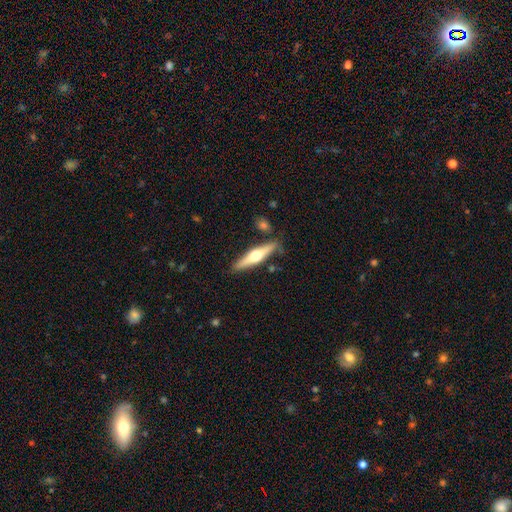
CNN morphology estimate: Smooth or featured? Predicted: featured or disk (p=0.61). Edge-on disk? Predicted: yes (p=0.96). Edge-on bulge? Predicted: rounded (p=0.94). Merging? Predicted: none (p=0.84).